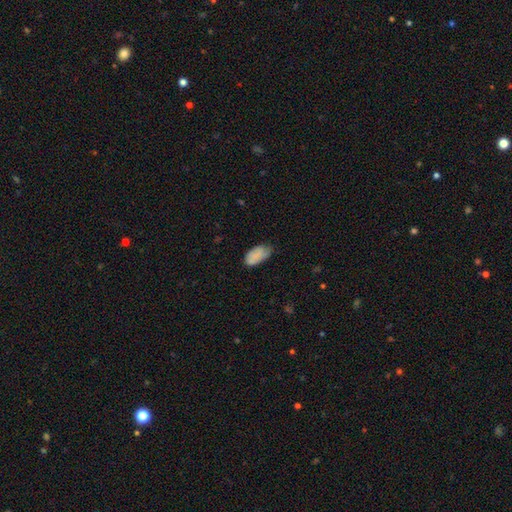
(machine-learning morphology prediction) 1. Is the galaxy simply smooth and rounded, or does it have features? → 84% smooth, 9% featured or disk, 7% star or artifact.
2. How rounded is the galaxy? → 94% in between, 3% round, 2% cigar-shaped.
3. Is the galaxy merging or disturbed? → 52% none, 39% minor disturbance, 8% major disturbance, 2% merger.